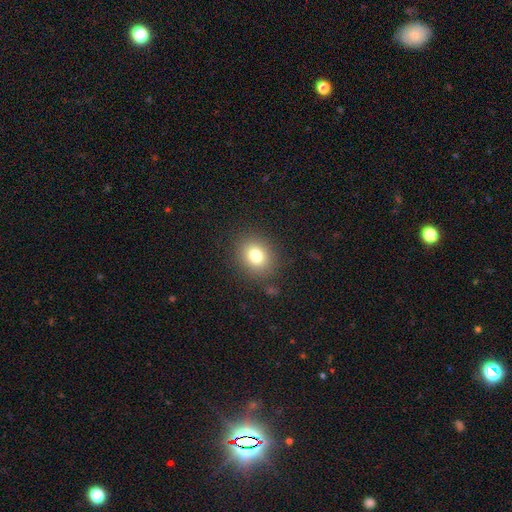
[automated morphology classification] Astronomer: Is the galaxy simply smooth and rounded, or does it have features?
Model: smooth — 79%.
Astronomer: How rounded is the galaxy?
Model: round — 65%.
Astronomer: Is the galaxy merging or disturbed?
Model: none — 86%.